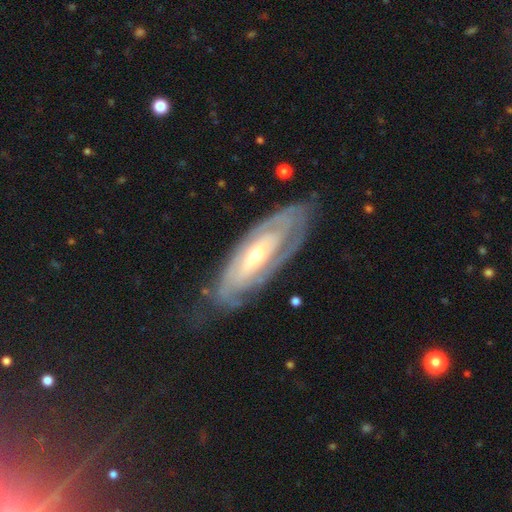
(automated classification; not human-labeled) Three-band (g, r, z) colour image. It shows a featured or disk galaxy (80%) with no bar (62%), tight (71%) spiral arms (81%) and a small central bulge (56%). Merging: none (72%).